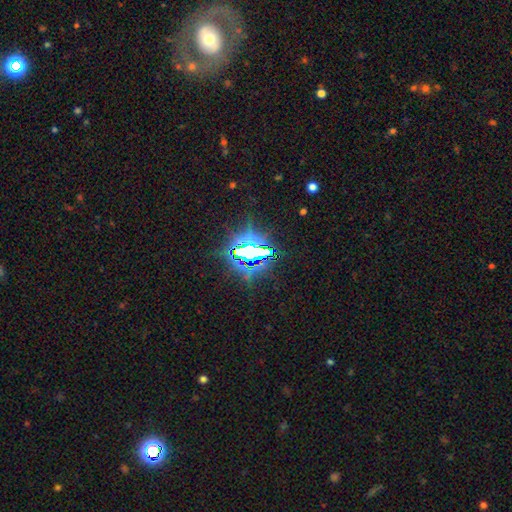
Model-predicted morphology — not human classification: star or artifact 76%, smooth 13%, featured or disk 11%.